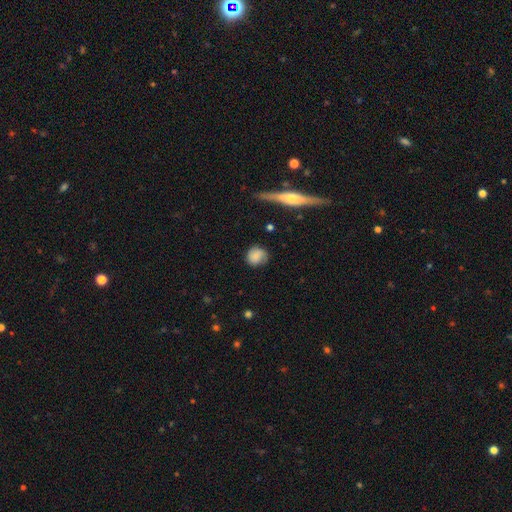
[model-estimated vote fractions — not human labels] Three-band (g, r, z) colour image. It shows a smooth galaxy with no disk features (75%) that is round (80%). Merging: none (74%).